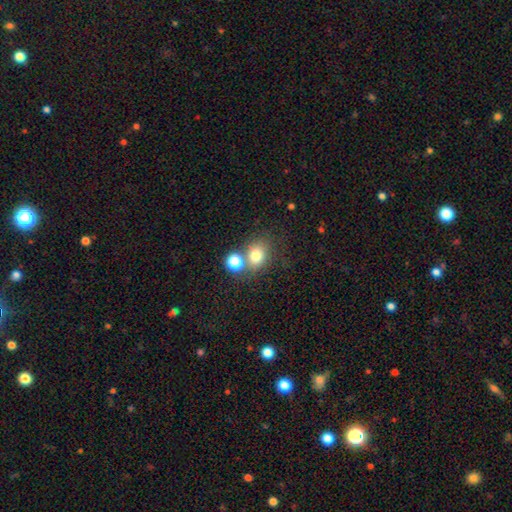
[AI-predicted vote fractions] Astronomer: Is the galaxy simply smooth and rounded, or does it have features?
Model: smooth — 75%.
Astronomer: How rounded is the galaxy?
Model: round — 64%.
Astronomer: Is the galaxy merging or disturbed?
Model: none — 56%.